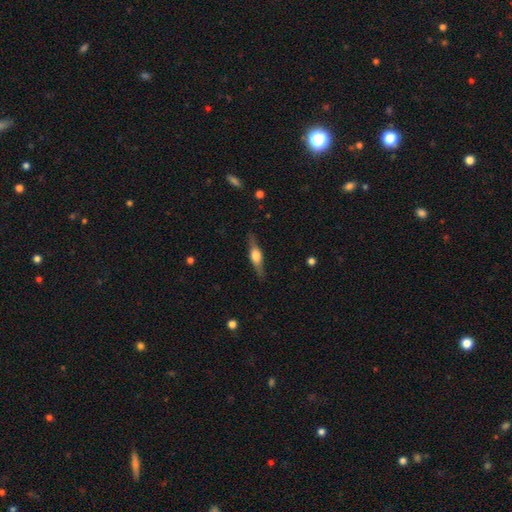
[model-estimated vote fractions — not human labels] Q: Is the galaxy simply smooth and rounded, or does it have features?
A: featured or disk — 65%.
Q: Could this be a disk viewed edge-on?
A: yes — 95%.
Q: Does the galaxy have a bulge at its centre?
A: rounded — 89%.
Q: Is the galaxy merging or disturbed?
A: none — 85%.